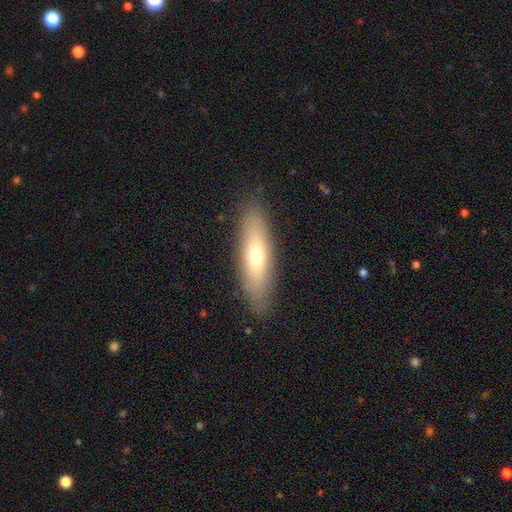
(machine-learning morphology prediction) type=smooth (60%); roundness=cigar-shaped (58%); merging=none (86%).